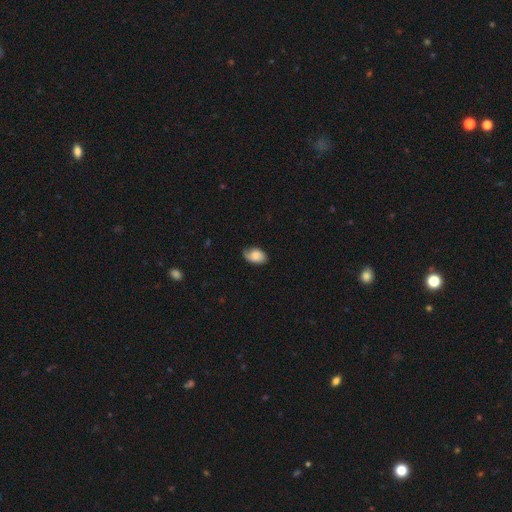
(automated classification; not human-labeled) Smooth or featured? smooth (74%)
How rounded? in between (89%)
Merging? none (66%)